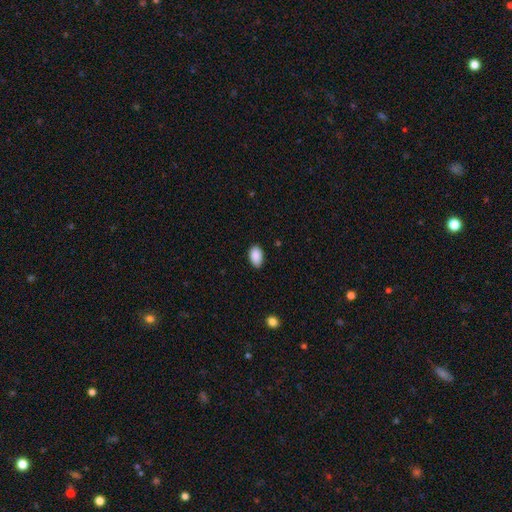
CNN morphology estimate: Smooth or featured? smooth (90%)
How rounded? in between (91%)
Merging? none (84%)